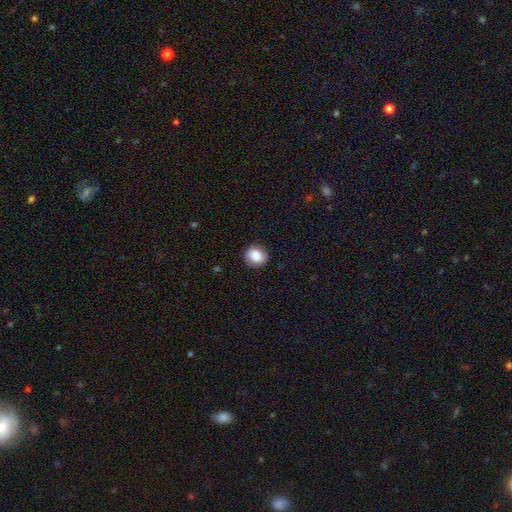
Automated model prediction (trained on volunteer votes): Q: Smooth or featured?
A: smooth (82%); runner-up: featured or disk (10%)
Q: How rounded?
A: round (82%); runner-up: in between (17%)
Q: Merging?
A: none (90%); runner-up: minor disturbance (7%)